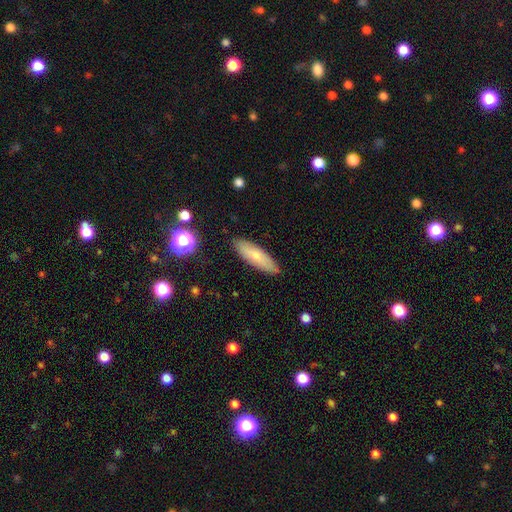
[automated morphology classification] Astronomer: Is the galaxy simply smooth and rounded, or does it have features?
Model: smooth — 72%.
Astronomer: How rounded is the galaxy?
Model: cigar-shaped — 60% (runner-up: in between, 38%).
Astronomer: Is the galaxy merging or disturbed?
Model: none — 87%.